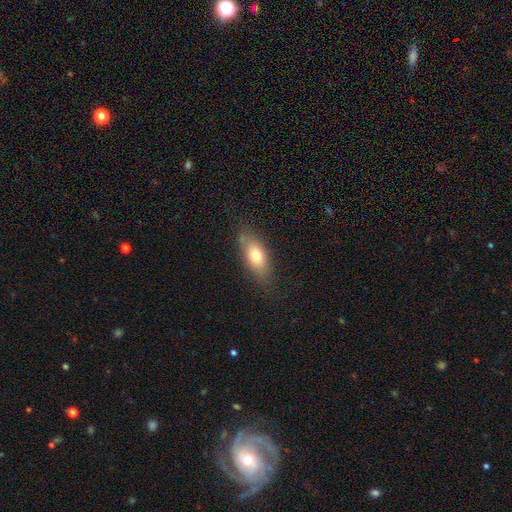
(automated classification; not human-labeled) The model was most divided on "smooth or featured": smooth: 70%, featured or disk: 22%, star or artifact: 8%. More confident: how rounded — in between (79%); merging — none (76%).